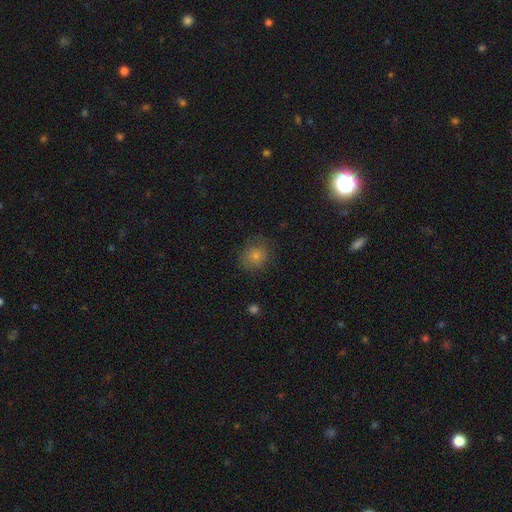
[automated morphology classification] Overall: smooth (70%). How rounded: round (81%). Merging: none (77%).